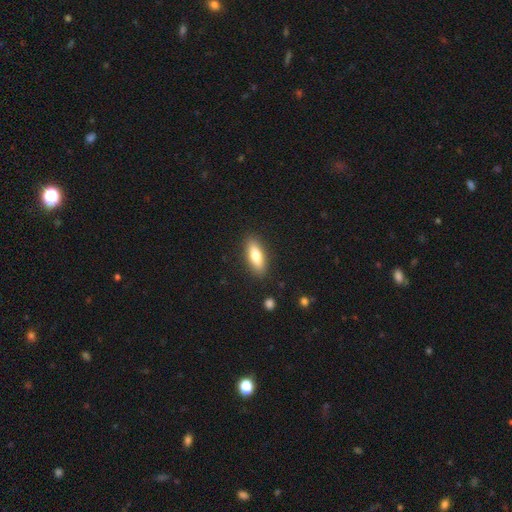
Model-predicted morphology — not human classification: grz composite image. It shows a smooth galaxy with no disk features (74%) that is in between round and cigar-shaped (62%). Merging: none (88%).